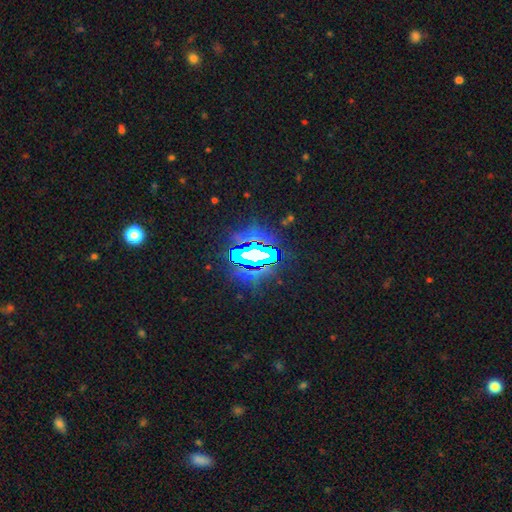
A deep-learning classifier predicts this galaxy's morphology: Smooth or featured? Predicted: star or artifact (p=0.74).